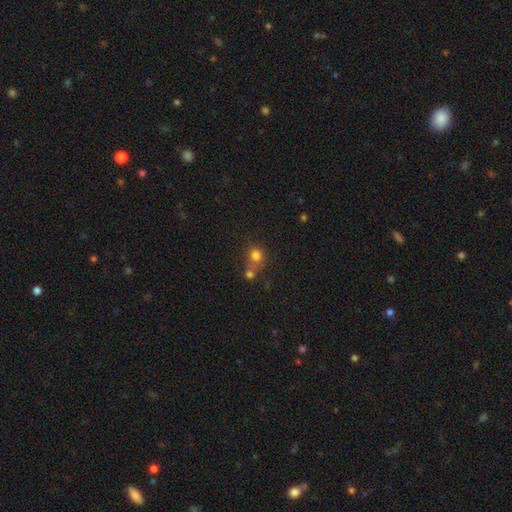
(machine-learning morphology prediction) Smooth or featured? Predicted: smooth (p=0.77). How rounded? Predicted: round (p=0.83). Merging? Predicted: none (p=0.44).